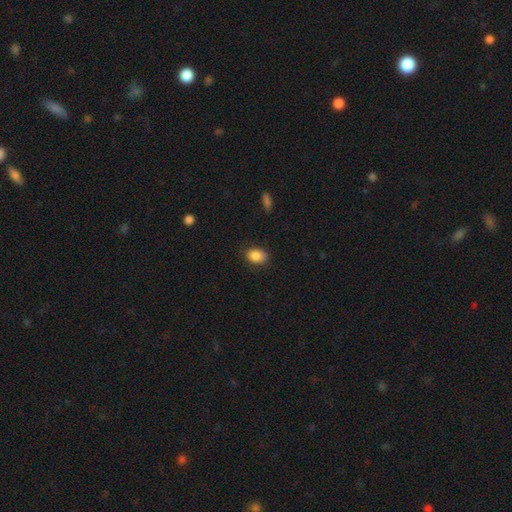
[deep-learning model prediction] This is clearly a smooth galaxy (87%). How rounded: likely in between (80%). Merging: clearly none (81%).